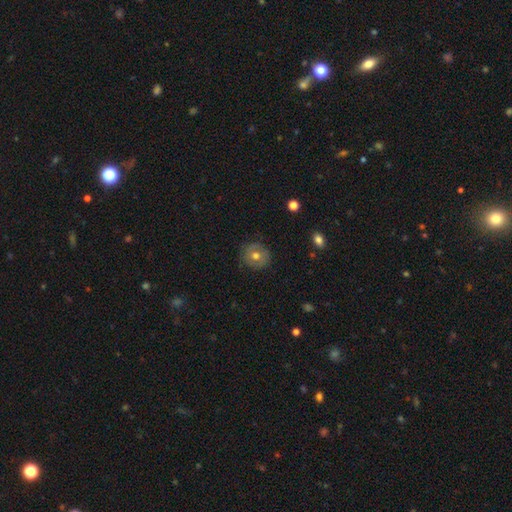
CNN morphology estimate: smooth-or-featured: smooth: 59% | featured or disk: 32% | star or artifact: 9%
  how-rounded: round: 88% | in between: 11% | cigar-shaped: 1%
  merging: none: 83% | minor disturbance: 12% | major disturbance: 3% | merger: 1%